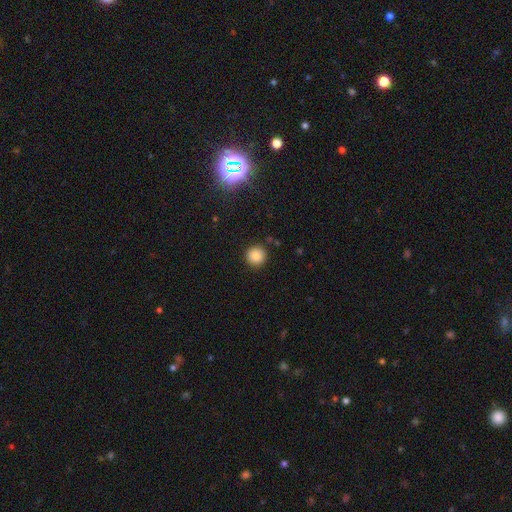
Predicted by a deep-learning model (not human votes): smooth_or_featured: smooth (p=0.85) [alt: star or artifact p=0.11]
how_rounded: round (p=0.95) [alt: in between p=0.04]
merging: none (p=0.90) [alt: minor disturbance p=0.06]